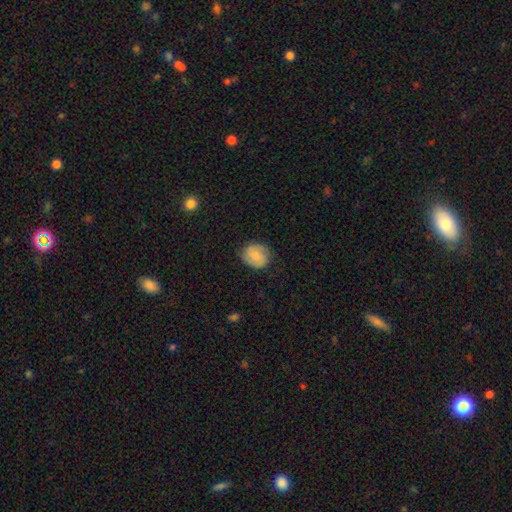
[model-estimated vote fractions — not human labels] A smooth galaxy with no disk features (67%) that is round (71%). Merging: none (80%).